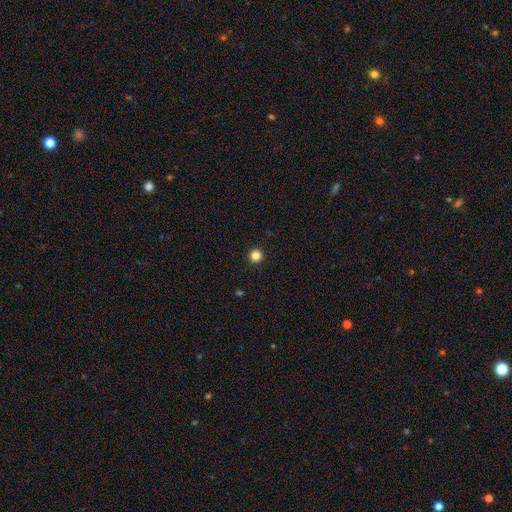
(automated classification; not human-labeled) The model was most divided on "smooth or featured": smooth: 84%, star or artifact: 12%, featured or disk: 4%. More confident: how rounded — round (96%); merging — none (94%).